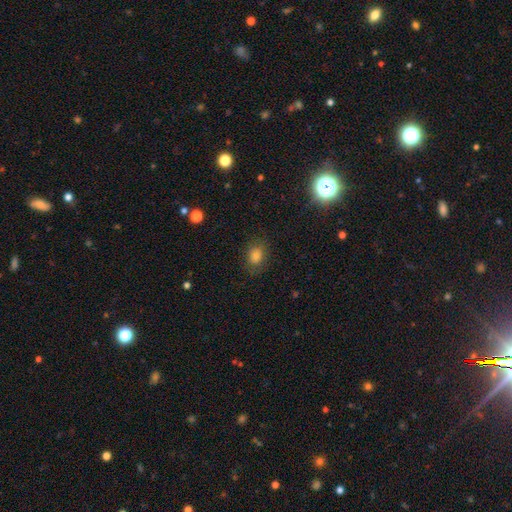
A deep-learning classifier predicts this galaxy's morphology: This is likely a smooth galaxy (68%). How rounded: possibly in between (49%, tied with round). Merging: likely none (77%).